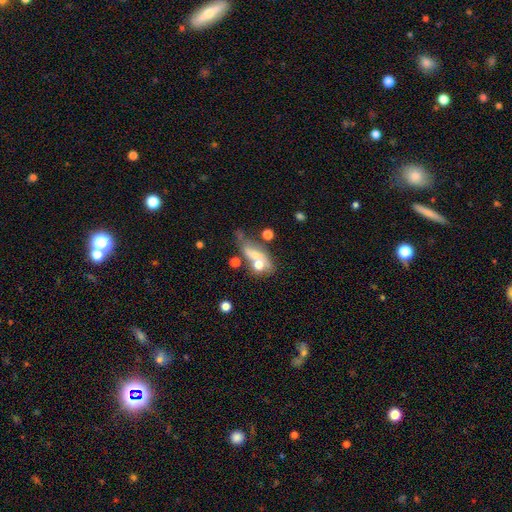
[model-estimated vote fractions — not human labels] This appears to be a smooth galaxy with no disk features (52%) that is in between round and cigar-shaped (63%). Merging: merger (31%).